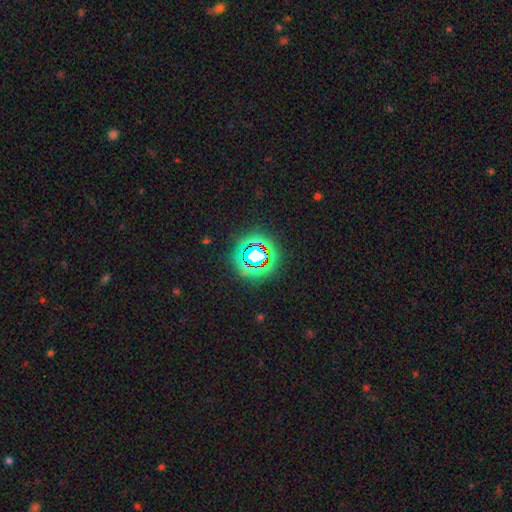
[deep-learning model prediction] This is likely a star or artifact rather than a galaxy (68%).